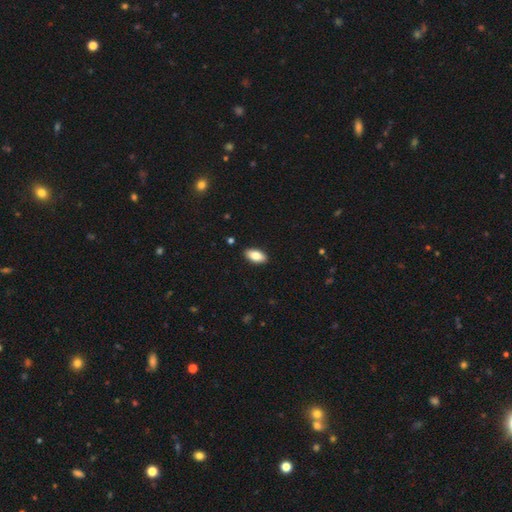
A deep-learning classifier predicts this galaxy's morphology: This is clearly a smooth galaxy (84%). How rounded: clearly in between (92%). Merging: clearly none (90%).